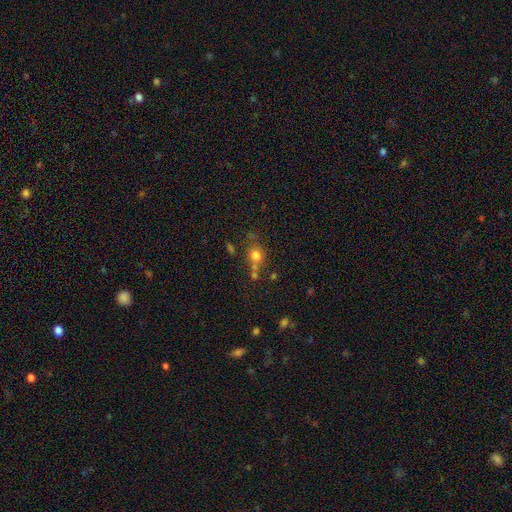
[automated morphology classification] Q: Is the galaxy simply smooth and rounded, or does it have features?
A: smooth — 74%.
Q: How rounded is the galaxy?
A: round — 75%.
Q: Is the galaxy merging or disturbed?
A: none — 51%.